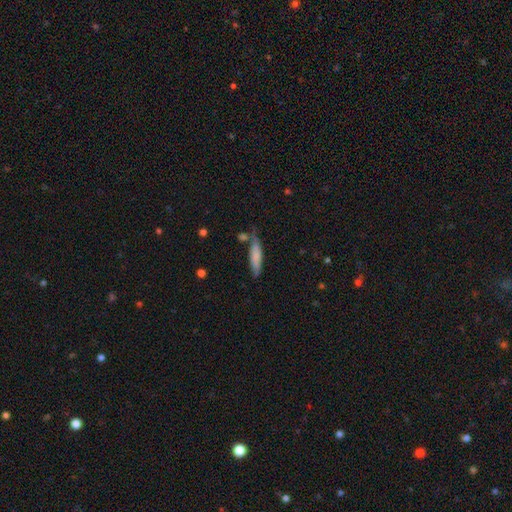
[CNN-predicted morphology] A smooth galaxy with no disk features (75%) that is cigar-shaped (72%).

Vote fractions:
- Smooth or featured? smooth: 75% / featured or disk: 18% / star or artifact: 7%
- How rounded? cigar-shaped: 72% / in between: 26% / round: 2%
- Merging? none: 61% / minor disturbance: 23% / merger: 10% / major disturbance: 6%